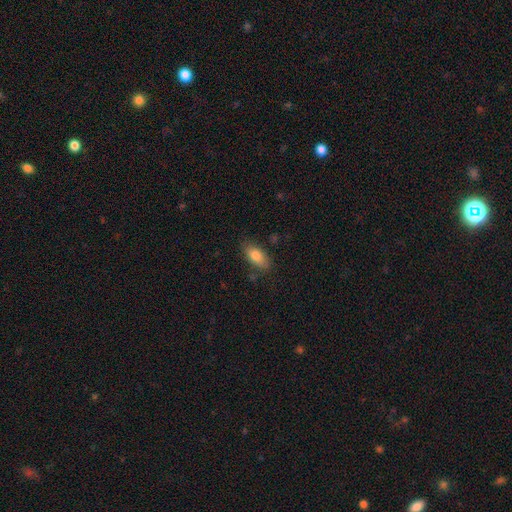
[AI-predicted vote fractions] smooth 83%, featured or disk 10%, star or artifact 7%. Down the decision tree: how rounded — in between (86%); merging — none (78%).